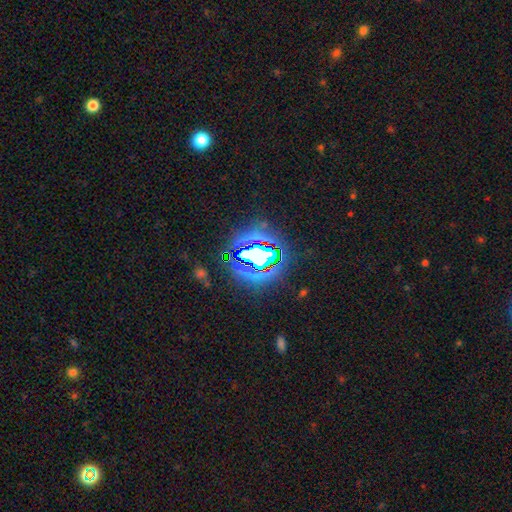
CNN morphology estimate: type=star or artifact (73%).